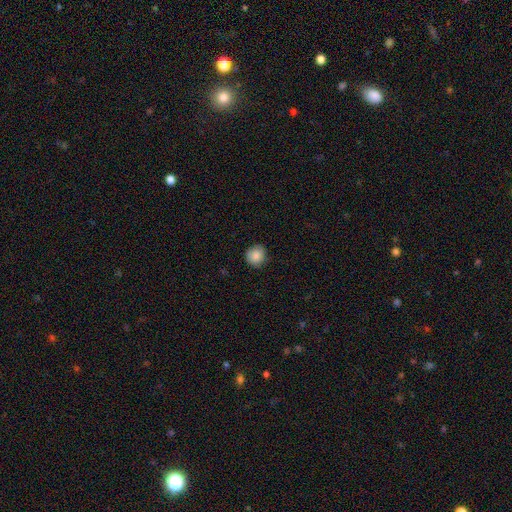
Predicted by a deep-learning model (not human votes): smooth-or-featured: smooth: 86% | star or artifact: 8% | featured or disk: 5%
  how-rounded: round: 90% | in between: 9% | cigar-shaped: 1%
  merging: none: 85% | minor disturbance: 12% | major disturbance: 2% | merger: 1%